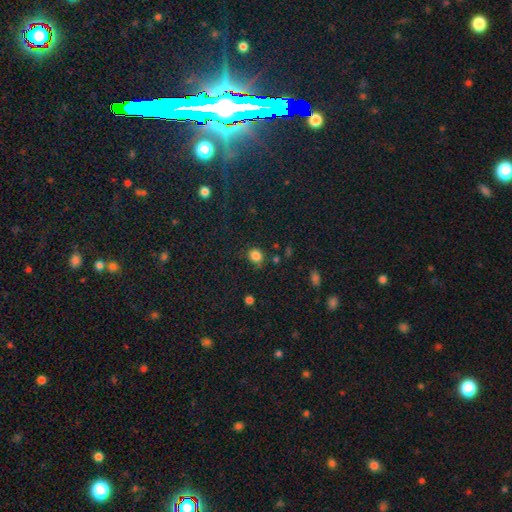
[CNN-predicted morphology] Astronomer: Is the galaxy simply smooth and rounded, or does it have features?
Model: smooth — 83%.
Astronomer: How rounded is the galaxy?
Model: round — 77%.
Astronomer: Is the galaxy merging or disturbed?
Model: none — 78%.